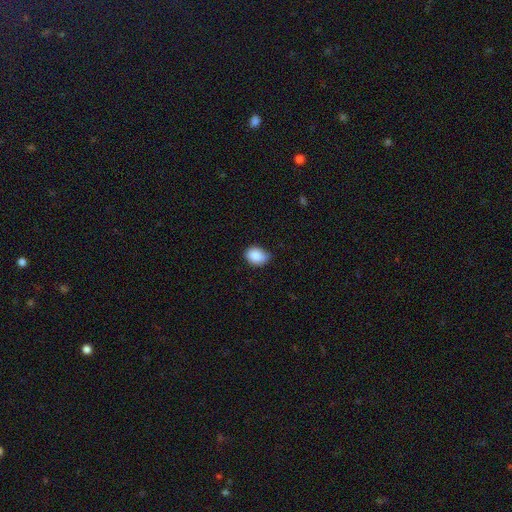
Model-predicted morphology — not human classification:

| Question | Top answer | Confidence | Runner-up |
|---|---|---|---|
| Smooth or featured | smooth | 86% | star or artifact (8%) |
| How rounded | in between | 62% | round (37%) |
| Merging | none | 66% | minor disturbance (29%) |